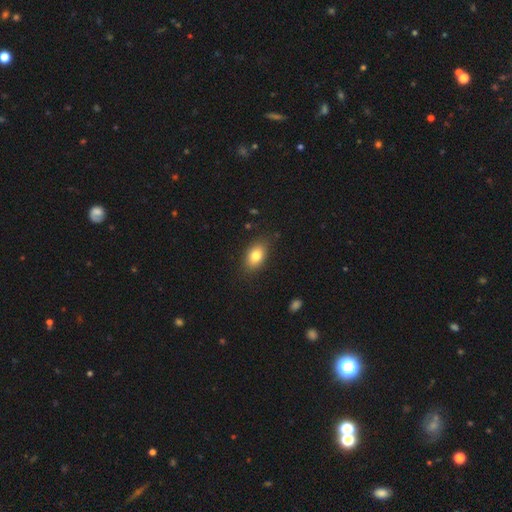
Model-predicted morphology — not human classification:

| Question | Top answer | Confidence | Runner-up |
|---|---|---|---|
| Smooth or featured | smooth | 80% | featured or disk (11%) |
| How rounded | in between | 86% | round (12%) |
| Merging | none | 84% | minor disturbance (12%) |